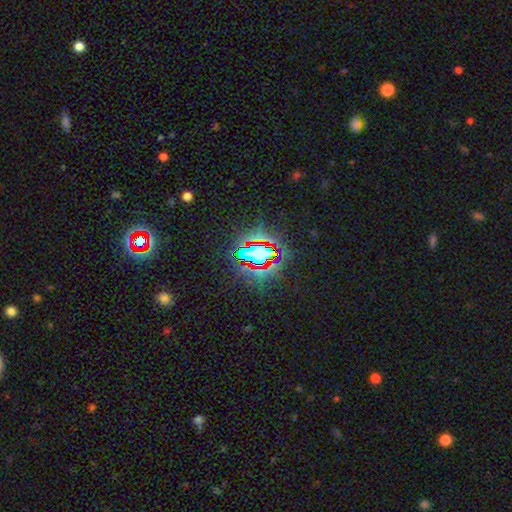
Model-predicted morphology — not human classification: Smooth or featured?
  - star or artifact: 75% *
  - smooth: 14%
  - featured or disk: 10%